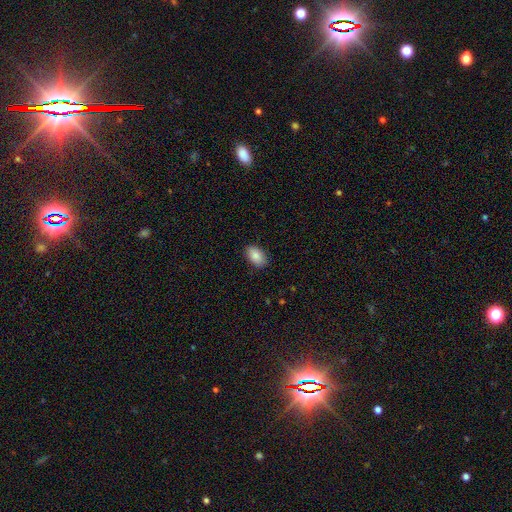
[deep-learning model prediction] Overall: smooth (87%). How rounded: in between (93%). Merging: none (88%).